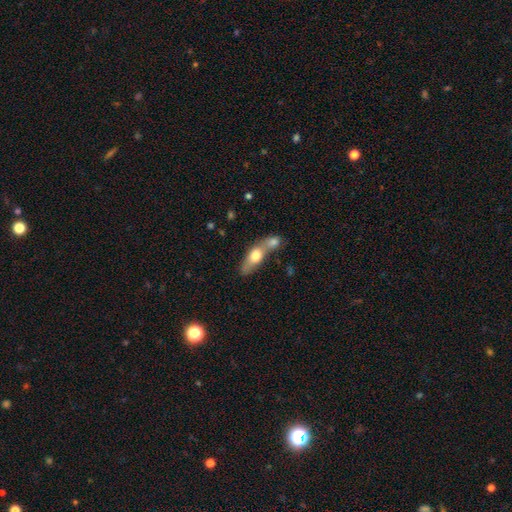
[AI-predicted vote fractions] This appears to be a smooth galaxy with no disk features (67%) that is in between round and cigar-shaped (61%). Merging: merger (64%).